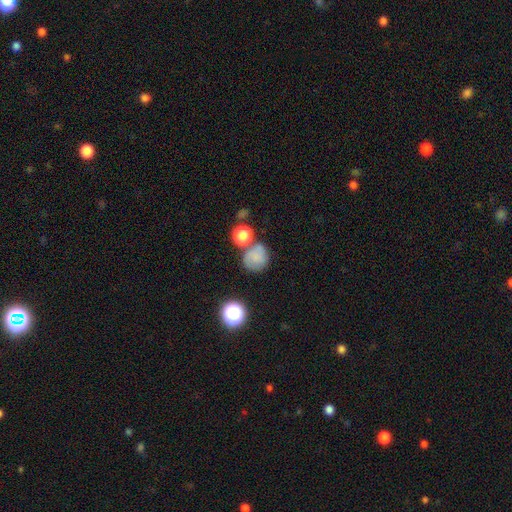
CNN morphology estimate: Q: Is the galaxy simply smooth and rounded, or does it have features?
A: smooth — 73%.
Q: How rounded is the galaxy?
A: round — 83%.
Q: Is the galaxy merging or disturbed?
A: none — 55%.